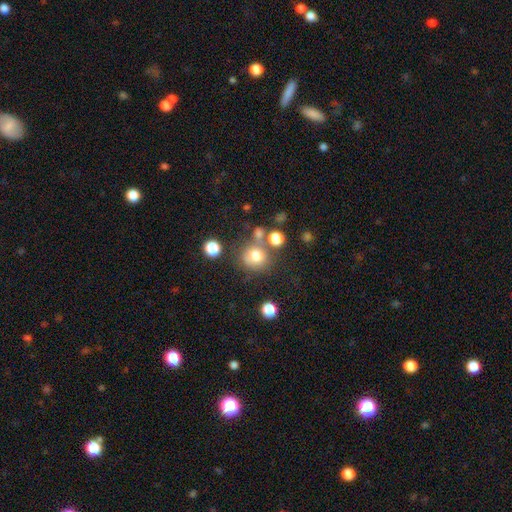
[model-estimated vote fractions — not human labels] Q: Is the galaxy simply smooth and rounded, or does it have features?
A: smooth — 75%.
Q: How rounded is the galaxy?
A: round — 86%.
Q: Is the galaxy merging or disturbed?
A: none — 63%.